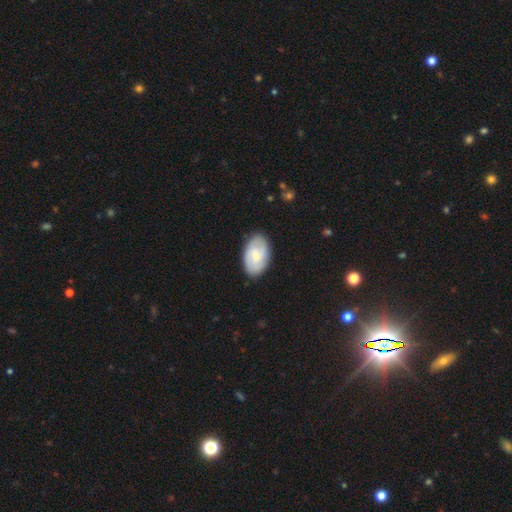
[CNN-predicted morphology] This appears to be a featured or disk galaxy (58%) with no bar (50%), 2 (53%) tight (55%) spiral arms (90%) and a small central bulge (55%). Merging: none (84%).